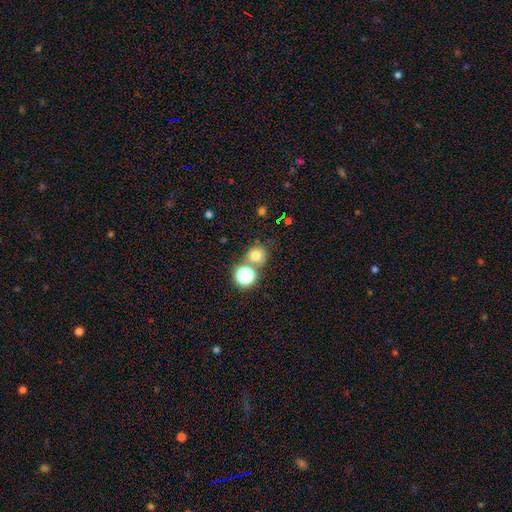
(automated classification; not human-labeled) smooth 72%, star or artifact 20%, featured or disk 7%. Down the decision tree: how rounded — round (84%); merging — none (65%).